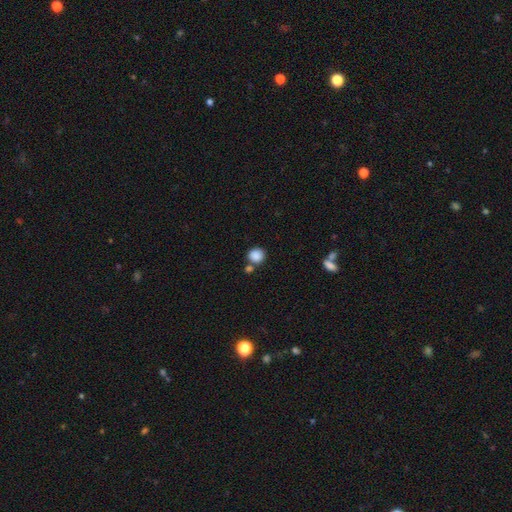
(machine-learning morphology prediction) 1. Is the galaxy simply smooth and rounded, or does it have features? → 87% smooth, 9% star or artifact, 4% featured or disk.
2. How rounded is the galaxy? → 84% round, 15% in between, 1% cigar-shaped.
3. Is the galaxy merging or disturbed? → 66% none, 20% merger, 10% minor disturbance, 3% major disturbance.